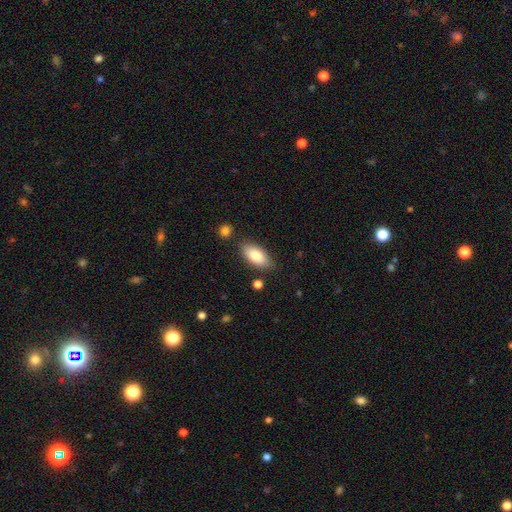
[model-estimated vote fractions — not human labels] Morphology: type=smooth (82%); roundness=in between (90%); merging=none (81%).